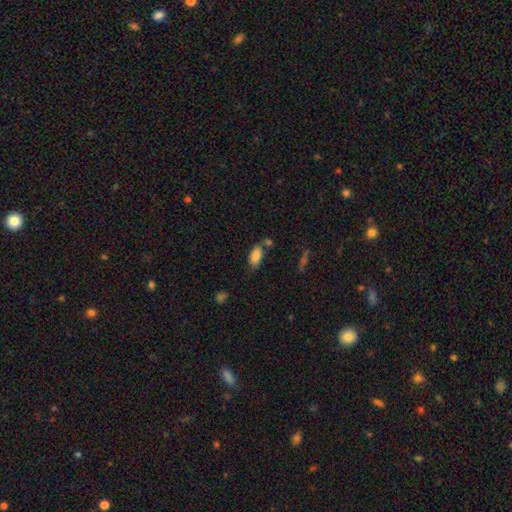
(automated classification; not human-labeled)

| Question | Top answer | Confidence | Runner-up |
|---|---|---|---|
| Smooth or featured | smooth | 83% | featured or disk (10%) |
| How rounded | in between | 91% | cigar-shaped (6%) |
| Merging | none | 63% | minor disturbance (17%) |